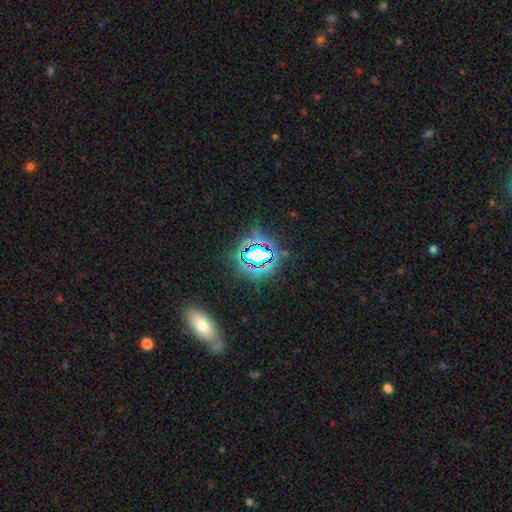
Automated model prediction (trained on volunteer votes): Morphology: type=star or artifact (73%).